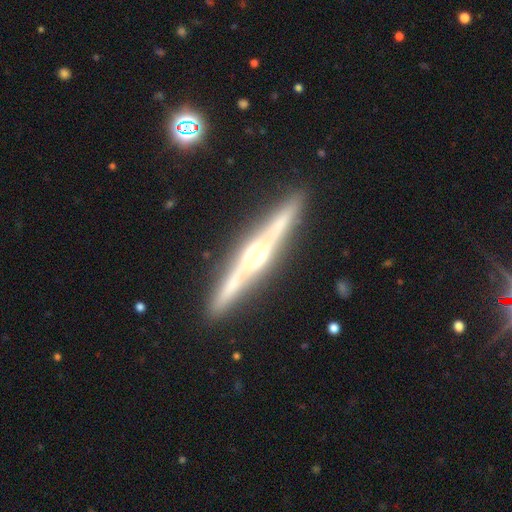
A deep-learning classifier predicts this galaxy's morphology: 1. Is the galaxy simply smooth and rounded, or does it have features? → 79% featured or disk, 15% smooth, 6% star or artifact.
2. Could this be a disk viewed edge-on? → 96% yes, 4% no.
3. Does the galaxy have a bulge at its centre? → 88% rounded, 8% boxy, 4% none.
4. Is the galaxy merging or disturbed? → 89% none, 8% minor disturbance, 2% major disturbance, 2% merger.